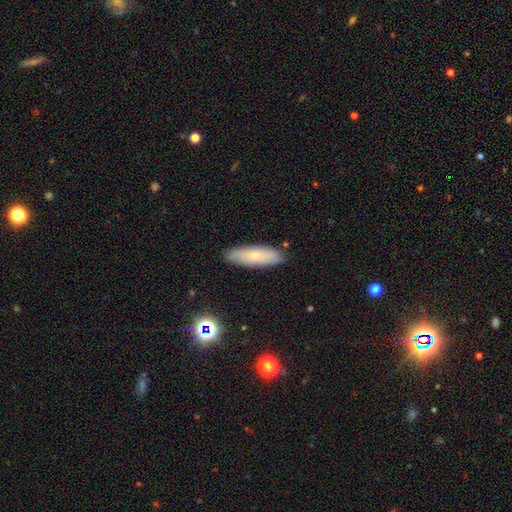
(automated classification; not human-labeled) Smooth or featured? smooth (67%)
How rounded? cigar-shaped (50%)
Merging? none (87%)